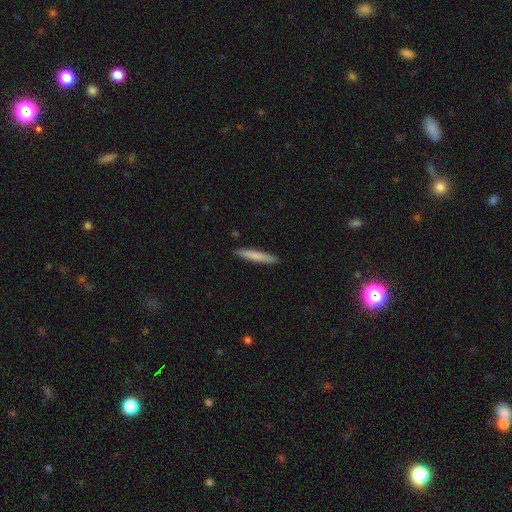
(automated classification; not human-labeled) smooth_or_featured: smooth (p=0.78) [alt: featured or disk p=0.17]
how_rounded: cigar-shaped (p=0.94) [alt: in between p=0.05]
merging: none (p=0.91) [alt: minor disturbance p=0.07]